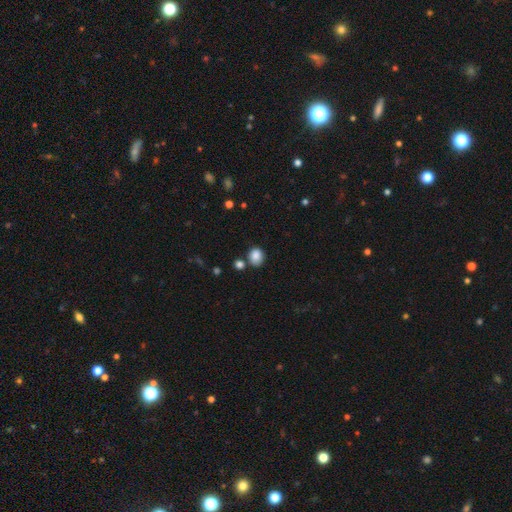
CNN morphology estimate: smooth_or_featured: smooth (p=0.86) [alt: star or artifact p=0.09]
how_rounded: round (p=0.61) [alt: in between p=0.38]
merging: none (p=0.72) [alt: minor disturbance p=0.14]